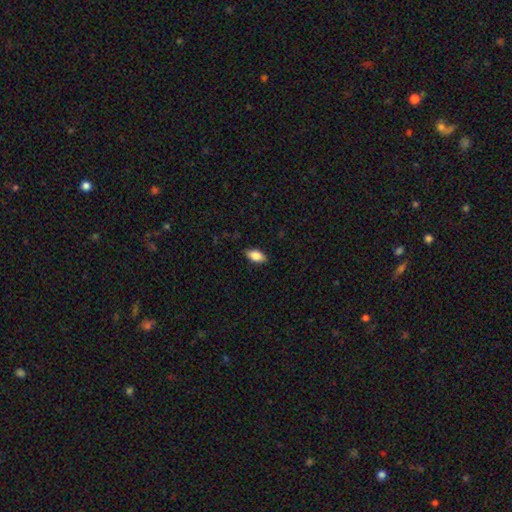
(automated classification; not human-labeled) smooth_or_featured: smooth (p=0.82) [alt: featured or disk p=0.11]
how_rounded: in between (p=0.89) [alt: cigar-shaped p=0.07]
merging: none (p=0.86) [alt: minor disturbance p=0.11]